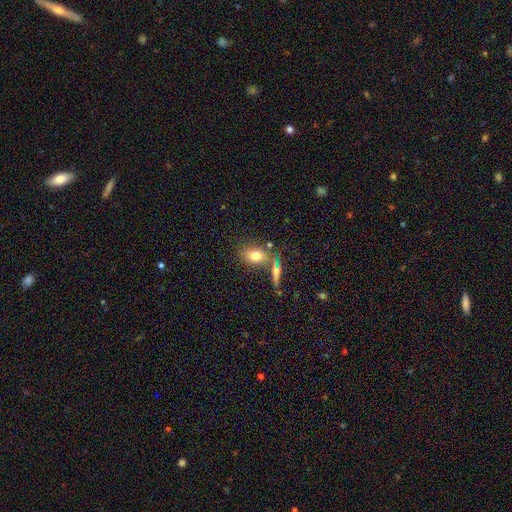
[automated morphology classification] smooth 74%, featured or disk 16%, star or artifact 10%. Down the decision tree: how rounded — in between (72%); merging — none (61%).